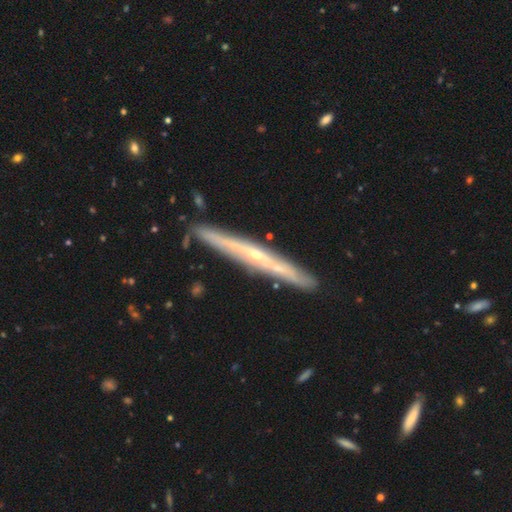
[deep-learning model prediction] This is likely a featured or disk galaxy (75%). It is clearly viewed edge-on (94%). Edge-on bulge: possibly rounded (55%). Merging: clearly none (88%).